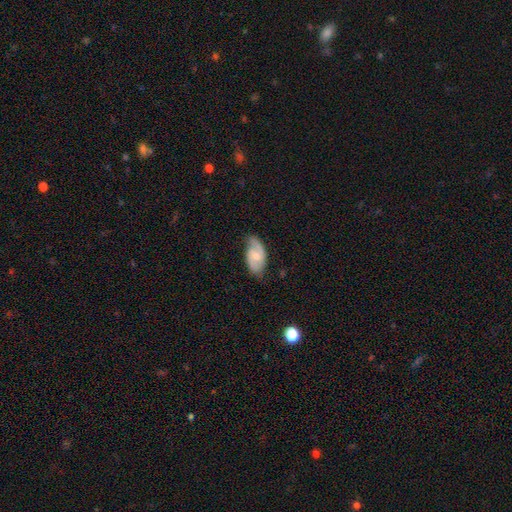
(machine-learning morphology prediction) Q: Smooth or featured?
A: featured or disk (68%); runner-up: smooth (27%)
Q: Edge-on disk?
A: no (96%); runner-up: yes (4%)
Q: Bar?
A: no (48%); runner-up: weak (44%)
Q: Spiral arms?
A: yes (92%); runner-up: no (8%)
Q: Spiral winding?
A: medium (46%); runner-up: tight (27%)
Q: Spiral arm count?
A: 2 (78%); runner-up: 1 (10%)
Q: Bulge size?
A: small (47%); runner-up: moderate (45%)
Q: Merging?
A: none (66%); runner-up: minor disturbance (25%)